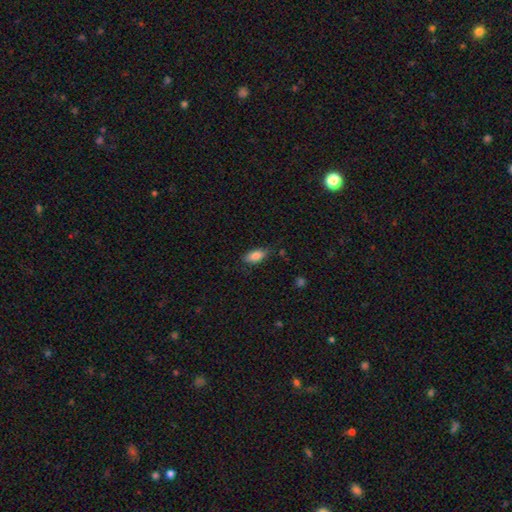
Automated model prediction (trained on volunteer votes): Overall: smooth (83%). How rounded: in between (87%). Merging: none (75%).